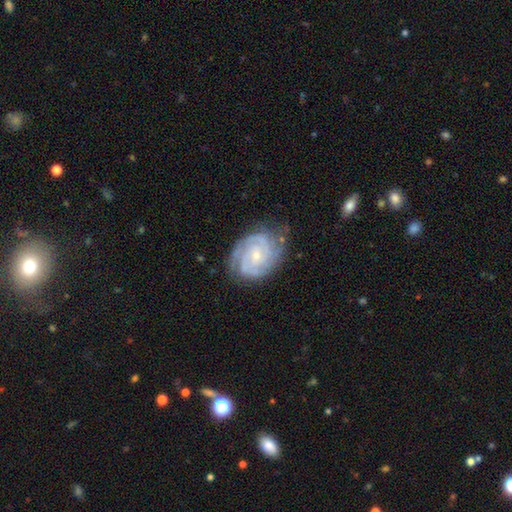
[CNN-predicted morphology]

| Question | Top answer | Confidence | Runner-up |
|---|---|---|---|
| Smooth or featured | featured or disk | 88% | smooth (7%) |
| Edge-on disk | no | 98% | yes (2%) |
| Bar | no | 69% | weak (25%) |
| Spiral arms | yes | 97% | no (3%) |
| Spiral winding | tight | 75% | medium (22%) |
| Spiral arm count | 3 | 28% | 2 (26%) |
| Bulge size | small | 72% | moderate (25%) |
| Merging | none | 73% | minor disturbance (20%) |